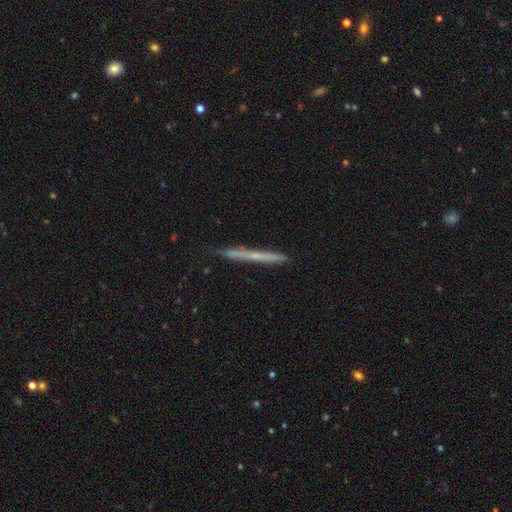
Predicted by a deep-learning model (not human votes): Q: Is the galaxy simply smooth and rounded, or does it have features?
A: featured or disk — 48%.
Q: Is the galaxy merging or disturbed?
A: none — 87%.